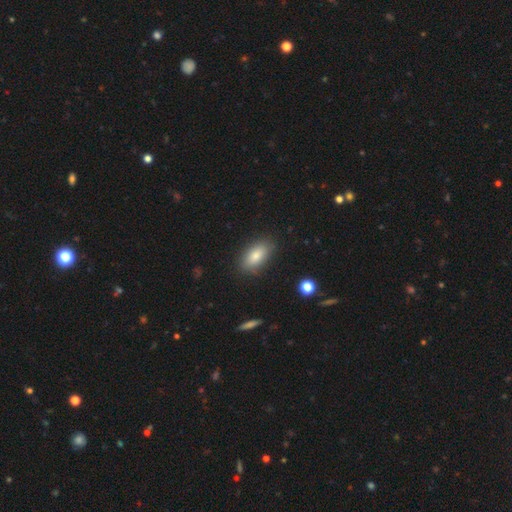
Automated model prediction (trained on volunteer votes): smooth-or-featured: smooth: 82% | featured or disk: 11% | star or artifact: 7%
  how-rounded: in between: 89% | cigar-shaped: 6% | round: 4%
  merging: none: 84% | minor disturbance: 12% | major disturbance: 3% | merger: 2%